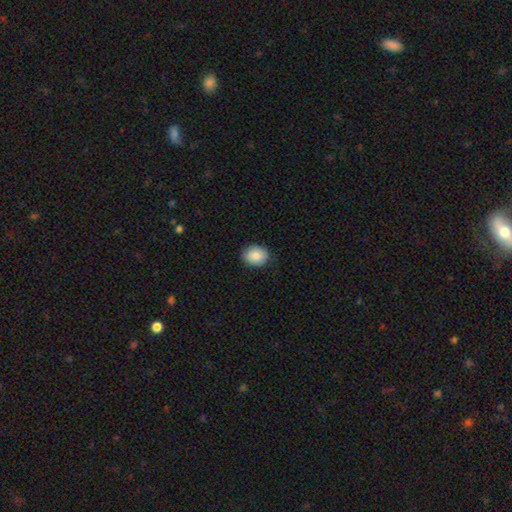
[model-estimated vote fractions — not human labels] Overall: smooth (84%). How rounded: in between (55%; round 44%). Merging: none (85%).